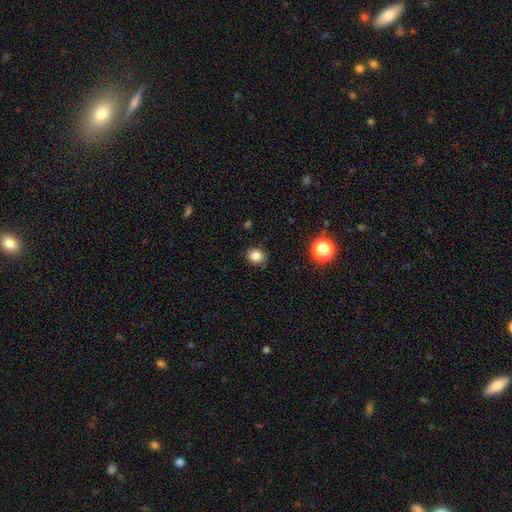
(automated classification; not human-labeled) Overall: smooth (82%). How rounded: round (65%; in between 34%). Merging: none (88%).